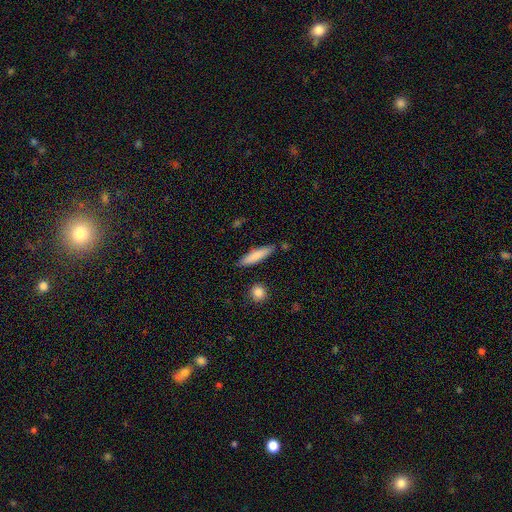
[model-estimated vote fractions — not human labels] smooth 80%, featured or disk 14%, star or artifact 6%. Down the decision tree: how rounded — cigar-shaped (78%); merging — none (81%).